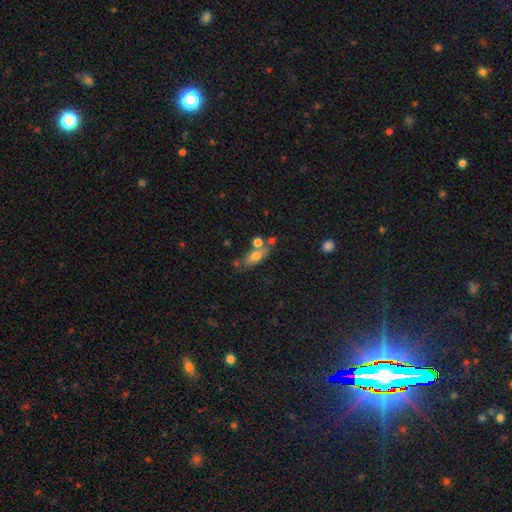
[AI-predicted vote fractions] Smooth or featured? Predicted: smooth (p=0.64). How rounded? Predicted: in between (p=0.74). Merging? Predicted: none (p=0.55).